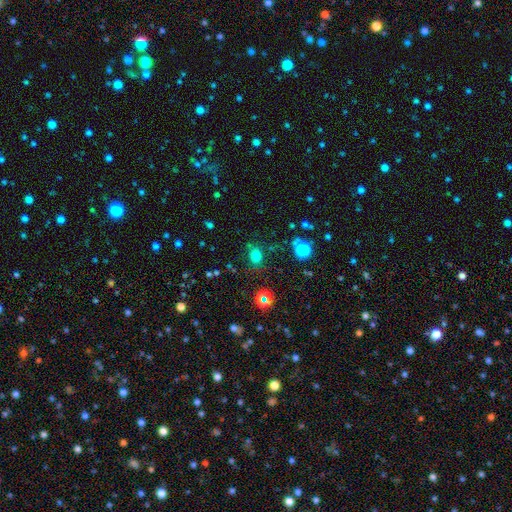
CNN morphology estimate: Smooth or featured? smooth (70%)
How rounded? round (54%)
Merging? none (75%)